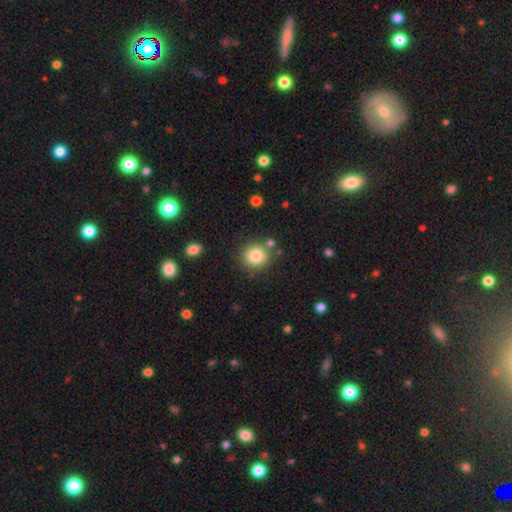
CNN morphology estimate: Smooth or featured? smooth (83%)
How rounded? round (88%)
Merging? none (81%)